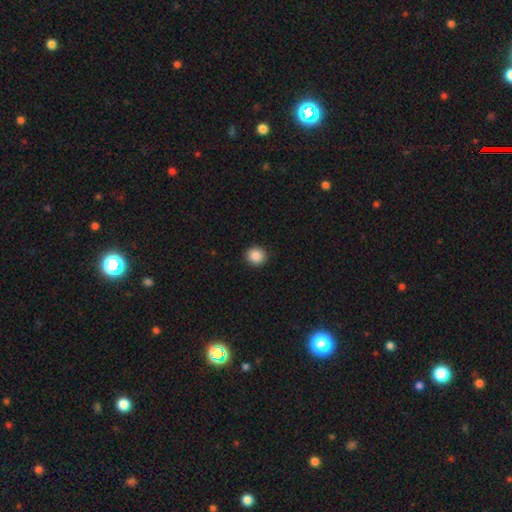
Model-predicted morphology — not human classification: Overall: smooth (87%). How rounded: round (88%). Merging: none (92%).